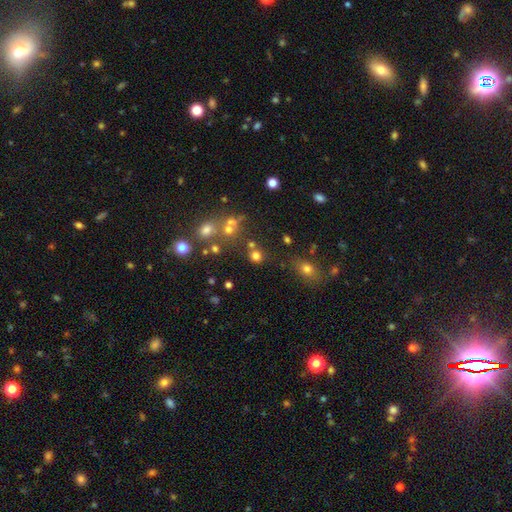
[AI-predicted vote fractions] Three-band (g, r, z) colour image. It shows a smooth galaxy with no disk features (72%) that is round (84%). Merging: none (69%).